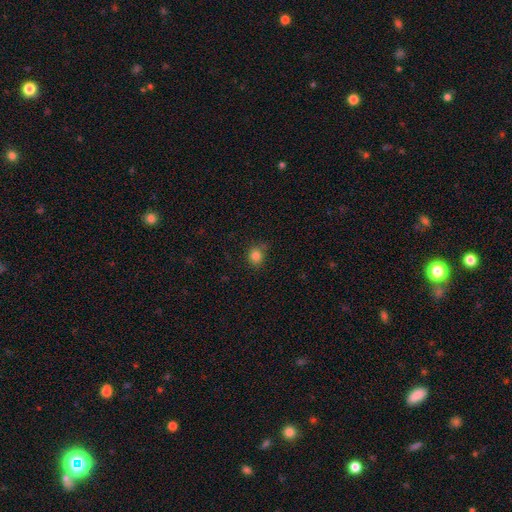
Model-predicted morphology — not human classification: type=smooth (83%); roundness=round (78%); merging=none (75%).